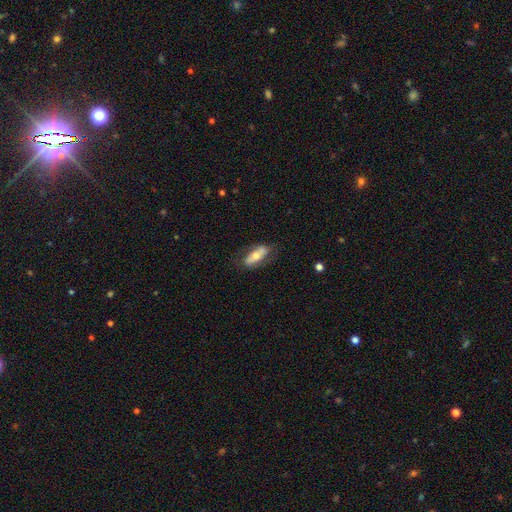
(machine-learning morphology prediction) Overall: smooth (53%; featured or disk 40%). How rounded: in between (74%). Merging: none (74%).